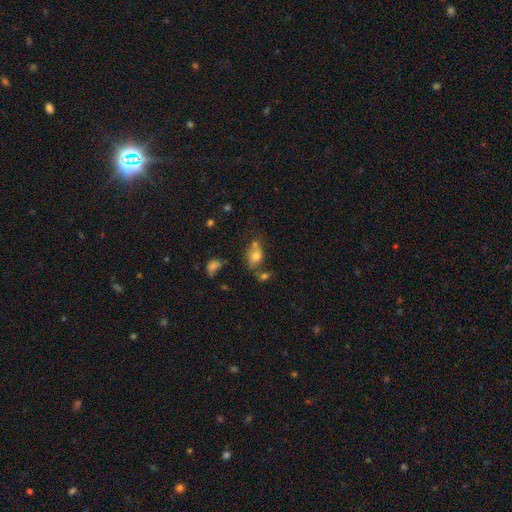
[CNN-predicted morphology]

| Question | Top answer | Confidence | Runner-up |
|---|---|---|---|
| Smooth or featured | smooth | 69% | featured or disk (18%) |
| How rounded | in between | 70% | round (26%) |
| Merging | none | 45% | merger (29%) |